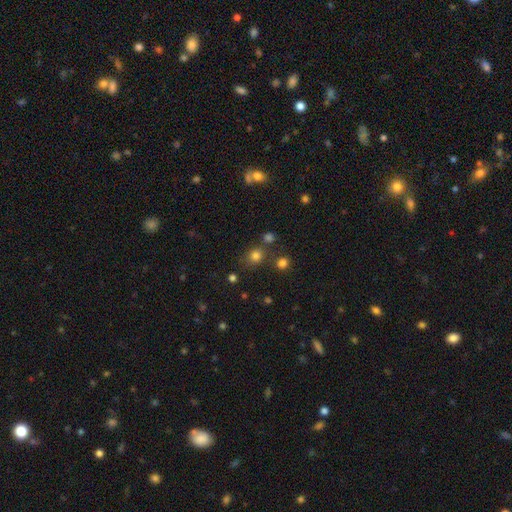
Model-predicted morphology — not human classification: Smooth or featured?
  - smooth: 77% *
  - star or artifact: 18%
  - featured or disk: 6%
How rounded?
  - round: 76% *
  - in between: 23%
  - cigar-shaped: 1%
Merging?
  - none: 74% *
  - minor disturbance: 11%
  - merger: 11%
  - major disturbance: 4%